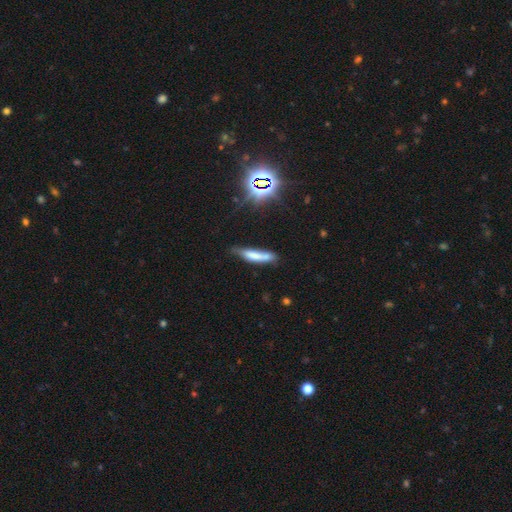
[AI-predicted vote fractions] Q: Smooth or featured?
A: smooth (68%); runner-up: featured or disk (21%)
Q: How rounded?
A: cigar-shaped (75%); runner-up: in between (23%)
Q: Merging?
A: none (46%); runner-up: minor disturbance (33%)